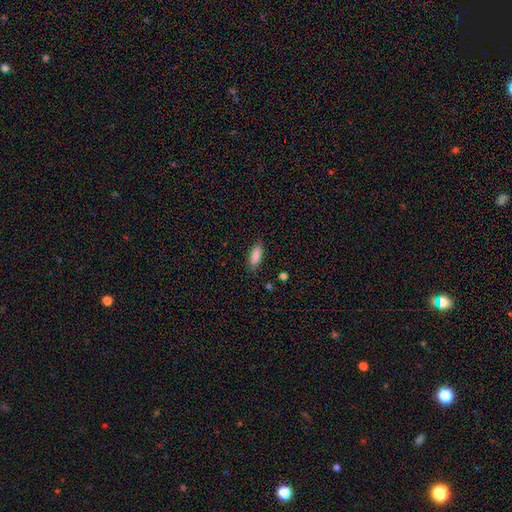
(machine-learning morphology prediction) A smooth galaxy with no disk features (87%) that is in between round and cigar-shaped (66%). Merging: none (83%).